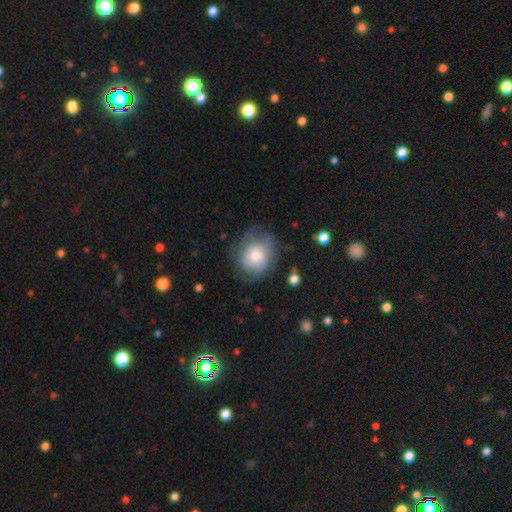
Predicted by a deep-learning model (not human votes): Smooth or featured: smooth — 64% (featured or disk — 28%)
How rounded: round — 66% (in between — 33%)
Merging: none — 62% (minor disturbance — 25%)